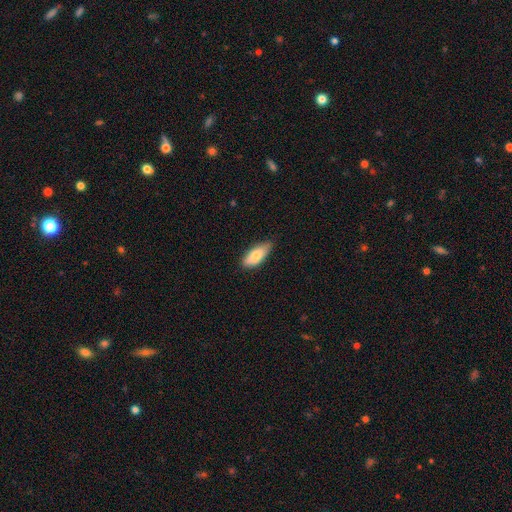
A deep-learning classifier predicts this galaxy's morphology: Smooth or featured? Predicted: smooth (p=0.79). How rounded? Predicted: in between (p=0.81). Merging? Predicted: none (p=0.76).